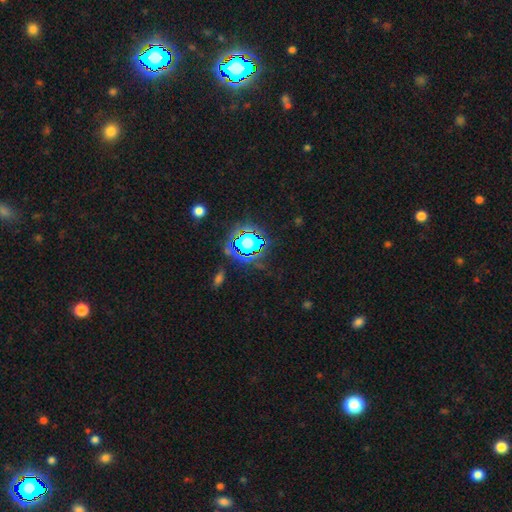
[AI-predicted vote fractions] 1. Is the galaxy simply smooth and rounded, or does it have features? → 82% star or artifact, 11% smooth, 7% featured or disk.